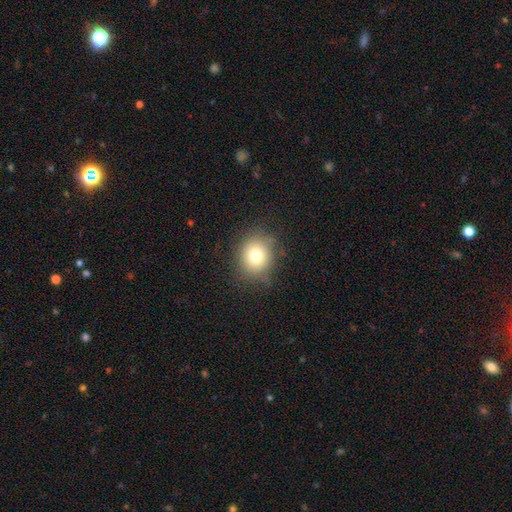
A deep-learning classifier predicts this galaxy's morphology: Q: Smooth or featured?
A: smooth (77%); runner-up: star or artifact (12%)
Q: How rounded?
A: round (78%); runner-up: in between (21%)
Q: Merging?
A: none (81%); runner-up: minor disturbance (14%)